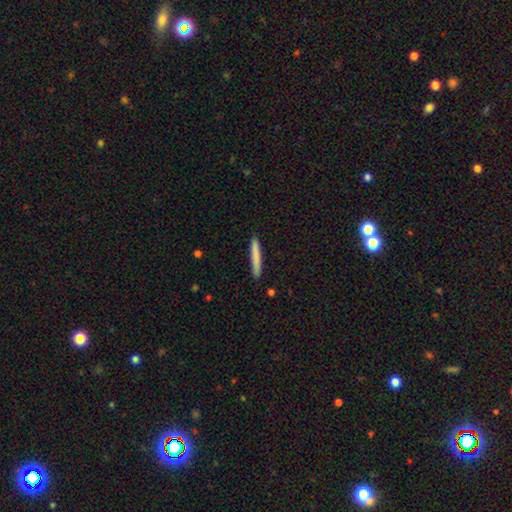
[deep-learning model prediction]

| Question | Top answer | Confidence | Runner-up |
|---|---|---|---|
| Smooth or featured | smooth | 79% | featured or disk (15%) |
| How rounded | cigar-shaped | 96% | in between (3%) |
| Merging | none | 90% | minor disturbance (7%) |